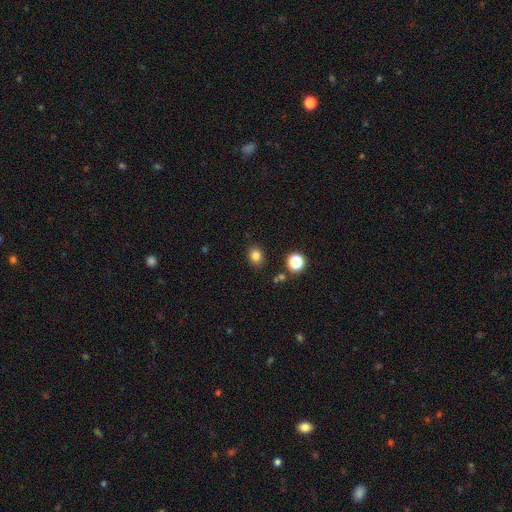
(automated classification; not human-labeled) The model was most divided on "how rounded": round: 57%, in between: 42%, cigar-shaped: 1%. More confident: merging — none (86%); smooth or featured — smooth (81%).